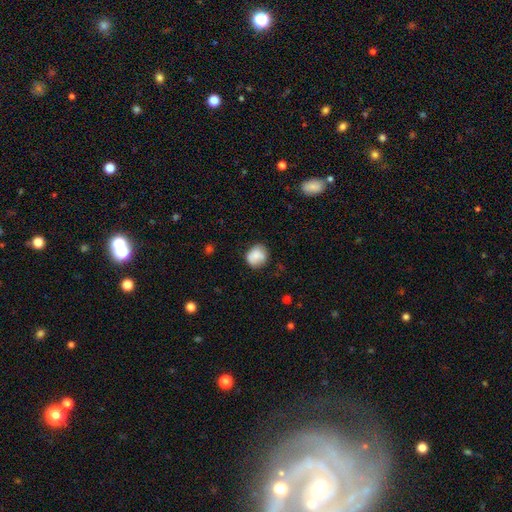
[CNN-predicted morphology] Smooth or featured?
  - smooth: 79% *
  - featured or disk: 12%
  - star or artifact: 8%
How rounded?
  - round: 70% *
  - in between: 29%
  - cigar-shaped: 1%
Merging?
  - none: 68% *
  - minor disturbance: 23%
  - major disturbance: 6%
  - merger: 4%